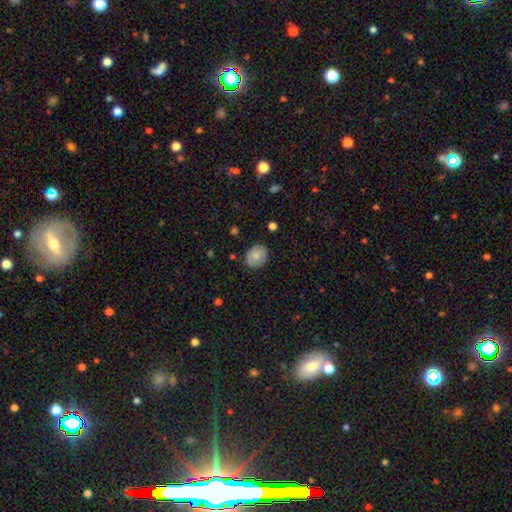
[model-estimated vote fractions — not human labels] Smooth or featured? Predicted: smooth (p=0.83). How rounded? Predicted: round (p=0.54). Merging? Predicted: none (p=0.85).